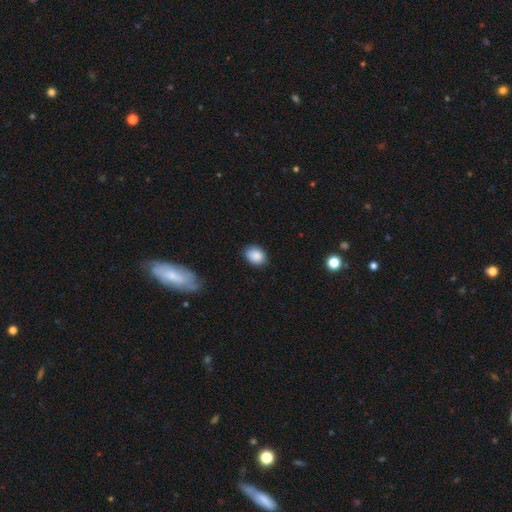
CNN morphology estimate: type=smooth (88%); roundness=in between (68%); merging=none (82%).